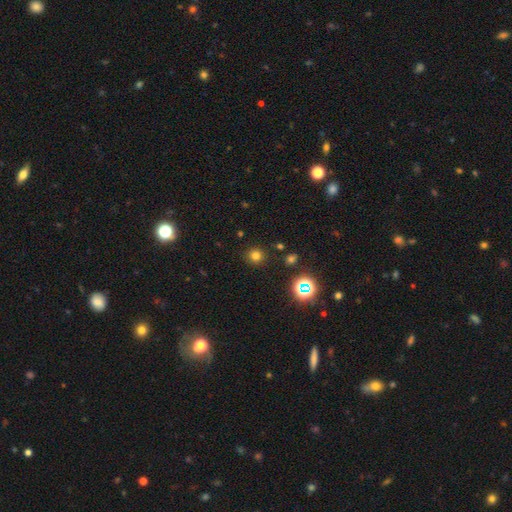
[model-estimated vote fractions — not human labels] Smooth or featured: smooth — 73% (star or artifact — 21%)
How rounded: round — 93% (in between — 6%)
Merging: none — 89% (minor disturbance — 6%)